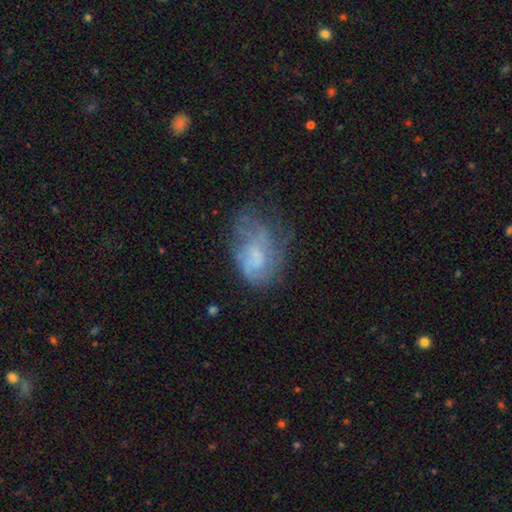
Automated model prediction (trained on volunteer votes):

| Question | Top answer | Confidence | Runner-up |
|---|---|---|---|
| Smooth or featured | featured or disk | 52% | smooth (37%) |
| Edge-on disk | no | 97% | yes (3%) |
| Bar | no | 74% | weak (23%) |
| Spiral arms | no | 51% | yes (49%) |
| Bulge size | none | 42% | small (33%) |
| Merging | none | 38% | major disturbance (30%) |